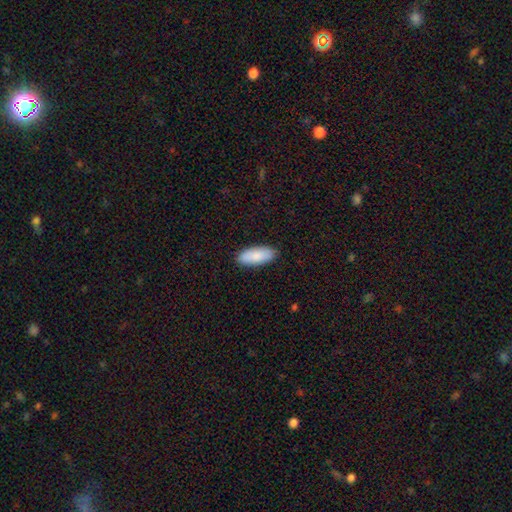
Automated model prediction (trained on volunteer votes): A smooth galaxy with no disk features (88%) that is in between round and cigar-shaped (83%).

Vote fractions:
- Smooth or featured? smooth: 88% / featured or disk: 7% / star or artifact: 5%
- How rounded? in between: 83% / cigar-shaped: 15% / round: 2%
- Merging? none: 88% / minor disturbance: 9% / major disturbance: 2% / merger: 1%